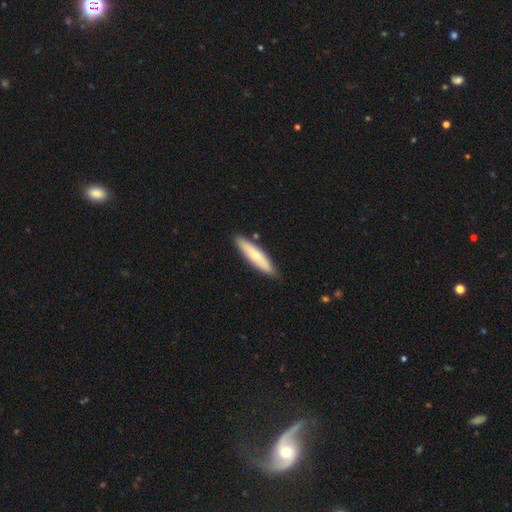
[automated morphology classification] A smooth galaxy with no disk features (67%) that is cigar-shaped (80%). Merging: none (87%).